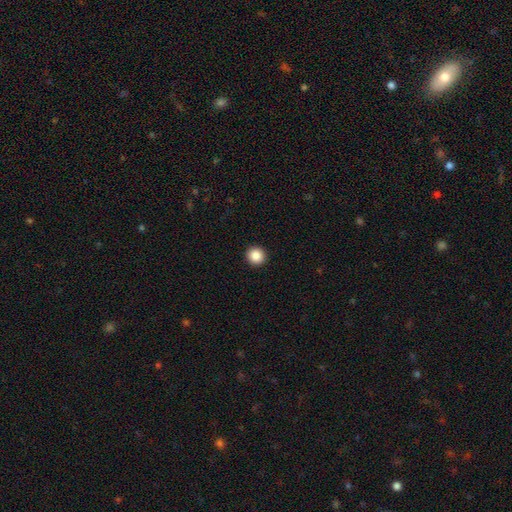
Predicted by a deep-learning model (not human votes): Smooth or featured: smooth — 87% (star or artifact — 10%)
How rounded: round — 94% (in between — 5%)
Merging: none — 93% (minor disturbance — 4%)